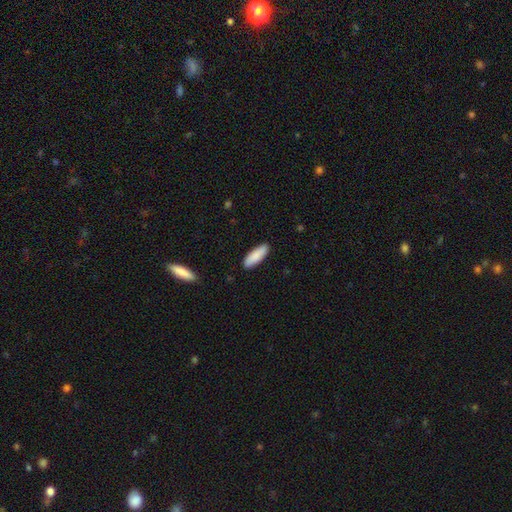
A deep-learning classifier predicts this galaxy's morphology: smooth_or_featured: smooth (p=0.88) [alt: featured or disk p=0.07]
how_rounded: in between (p=0.55) [alt: cigar-shaped p=0.43]
merging: none (p=0.89) [alt: minor disturbance p=0.08]